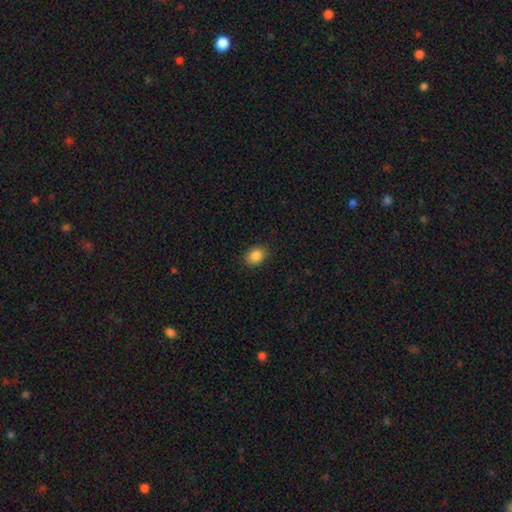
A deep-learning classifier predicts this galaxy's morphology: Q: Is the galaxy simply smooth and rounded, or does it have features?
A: smooth — 87%.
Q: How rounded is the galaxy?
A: in between — 60%.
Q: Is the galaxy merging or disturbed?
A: none — 88%.